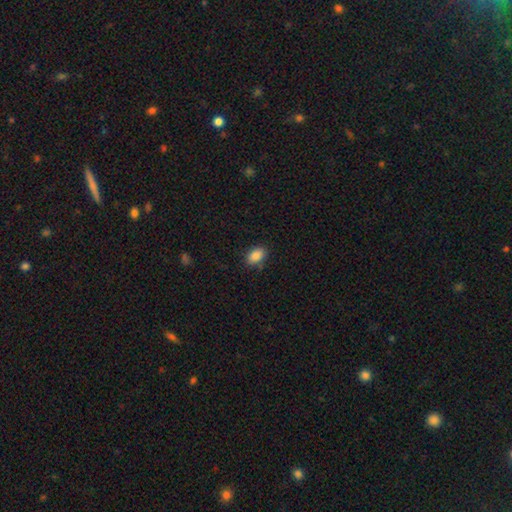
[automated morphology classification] smooth-or-featured: smooth: 88% | star or artifact: 8% | featured or disk: 4%
  how-rounded: in between: 88% | round: 11% | cigar-shaped: 2%
  merging: none: 84% | minor disturbance: 12% | major disturbance: 3% | merger: 2%